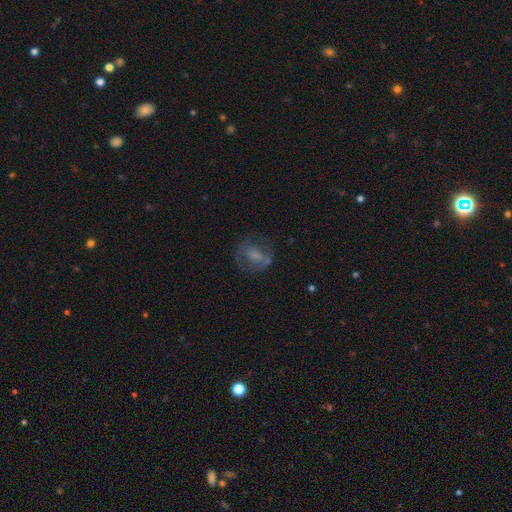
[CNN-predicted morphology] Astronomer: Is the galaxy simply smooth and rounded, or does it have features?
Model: featured or disk — 44% (runner-up: smooth, 42%).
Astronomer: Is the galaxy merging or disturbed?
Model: none — 56%.